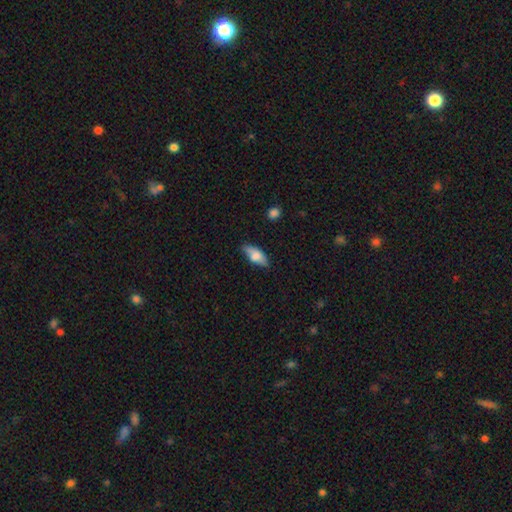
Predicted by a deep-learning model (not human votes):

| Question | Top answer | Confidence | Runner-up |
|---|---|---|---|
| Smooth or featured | smooth | 70% | featured or disk (23%) |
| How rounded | in between | 76% | cigar-shaped (21%) |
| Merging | none | 71% | minor disturbance (22%) |